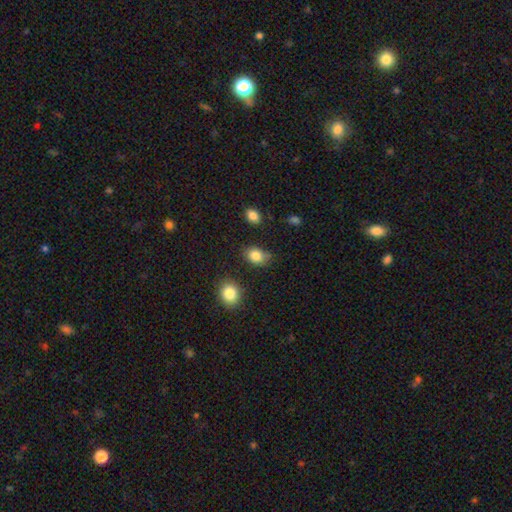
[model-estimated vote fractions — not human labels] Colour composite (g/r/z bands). It shows a smooth galaxy with no disk features (85%) that is in between round and cigar-shaped (69%). Merging: none (72%).